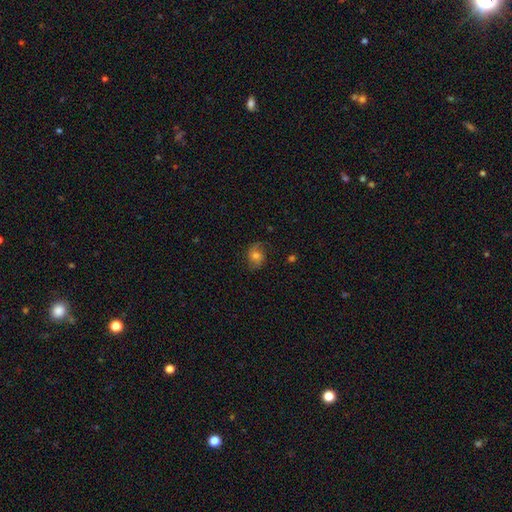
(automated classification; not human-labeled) A smooth galaxy with no disk features (51%) that is round (52%).

Vote fractions:
- Smooth or featured? smooth: 51% / featured or disk: 39% / star or artifact: 10%
- How rounded? round: 52% / in between: 47% / cigar-shaped: 1%
- Merging? none: 68% / minor disturbance: 21% / major disturbance: 10% / merger: 1%